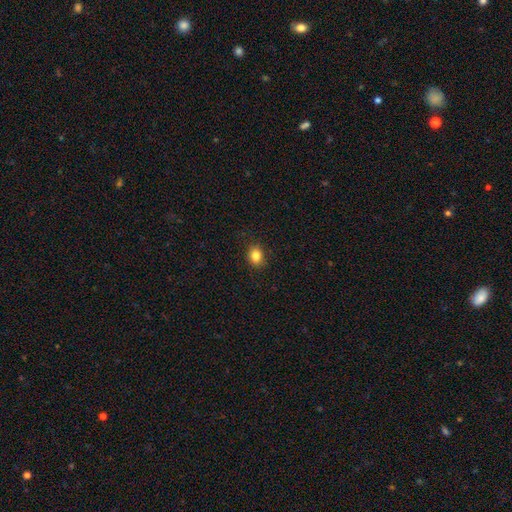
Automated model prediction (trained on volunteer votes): smooth_or_featured: smooth (p=0.85) [alt: star or artifact p=0.10]
how_rounded: in between (p=0.53) [alt: round p=0.46]
merging: none (p=0.88) [alt: minor disturbance p=0.09]